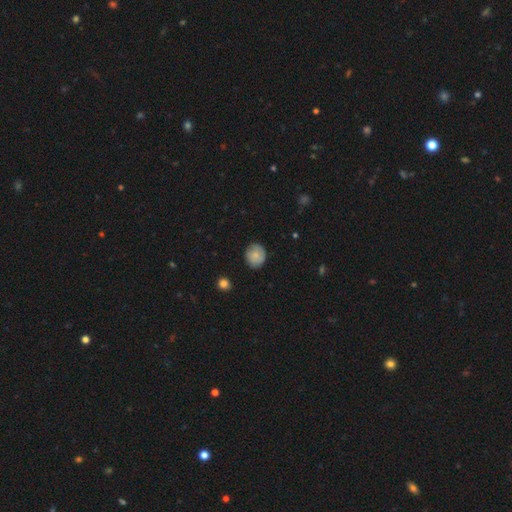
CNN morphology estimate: This appears to be a smooth galaxy with no disk features (75%) that is round (81%). Merging: none (82%).